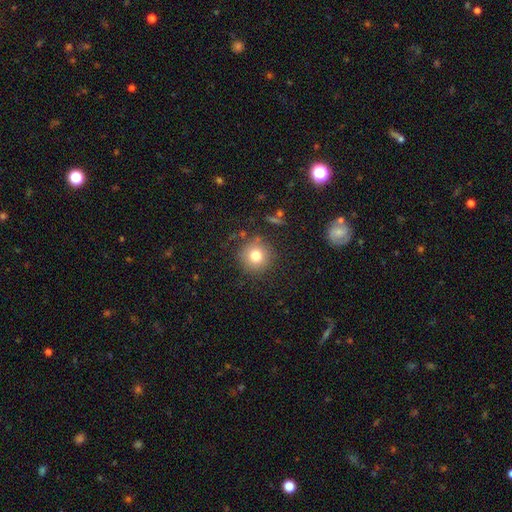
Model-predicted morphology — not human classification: This appears to be a smooth galaxy with no disk features (78%) that is round (94%). Merging: none (84%).